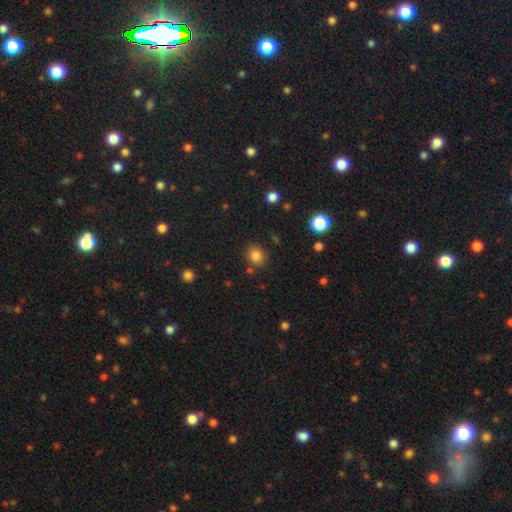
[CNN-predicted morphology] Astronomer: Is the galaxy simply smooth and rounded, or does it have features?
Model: smooth — 83%.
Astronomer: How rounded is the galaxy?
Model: round — 80%.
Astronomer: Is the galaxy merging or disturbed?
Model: none — 83%.